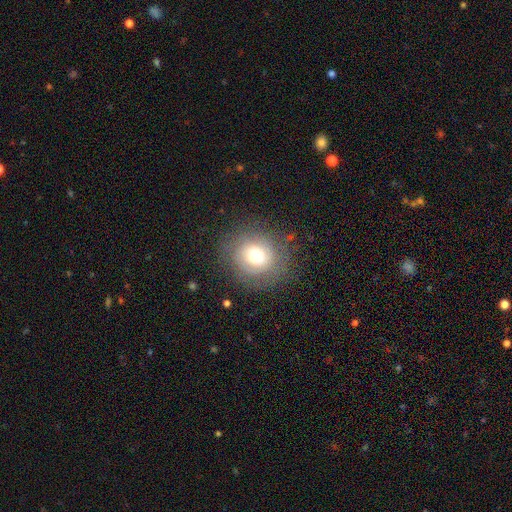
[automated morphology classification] Smooth or featured? Predicted: smooth (p=0.61). How rounded? Predicted: round (p=0.85). Merging? Predicted: none (p=0.78).